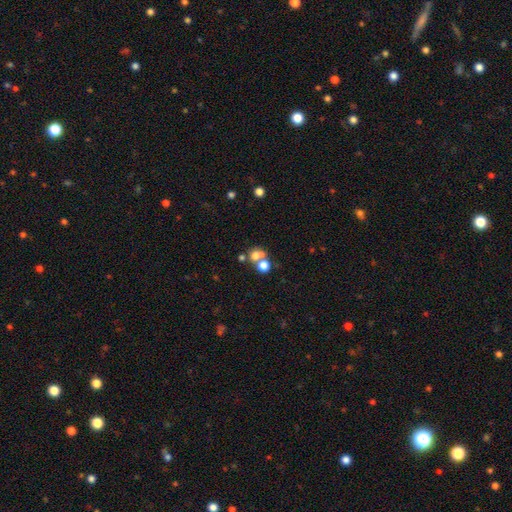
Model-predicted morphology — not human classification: Smooth or featured? smooth (66%)
How rounded? round (69%)
Merging? merger (50%)